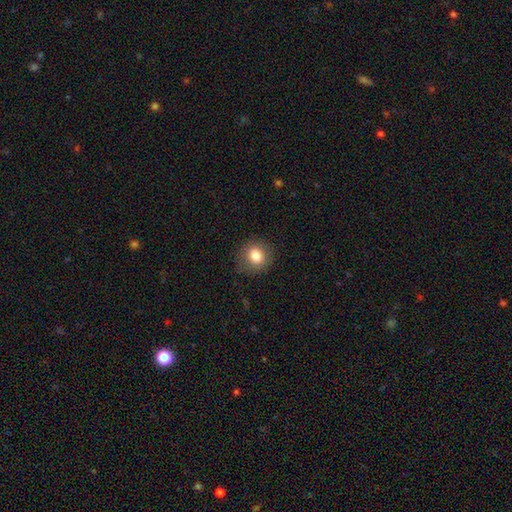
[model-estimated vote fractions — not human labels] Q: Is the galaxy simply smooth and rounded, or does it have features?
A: smooth — 83%.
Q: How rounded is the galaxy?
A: round — 82%.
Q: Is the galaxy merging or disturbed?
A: none — 84%.